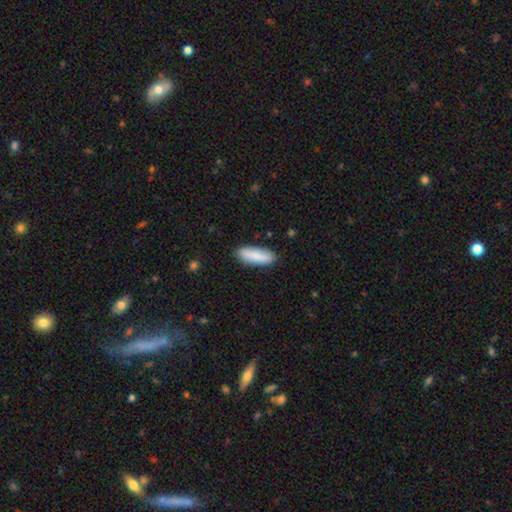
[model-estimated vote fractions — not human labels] This is clearly a smooth galaxy (86%). How rounded: possibly in between (58%). Merging: clearly none (86%).